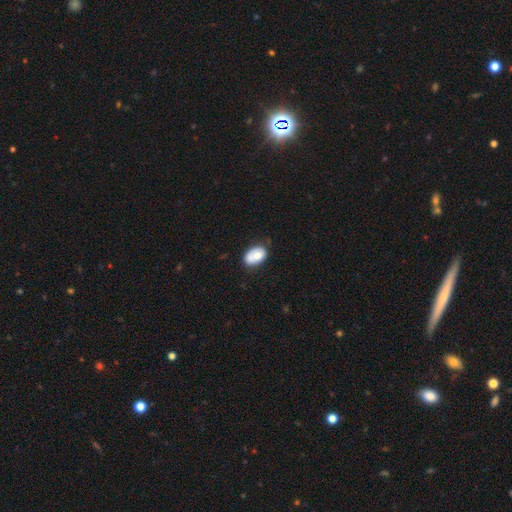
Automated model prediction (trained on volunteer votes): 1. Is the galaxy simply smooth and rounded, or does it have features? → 71% smooth, 22% featured or disk, 7% star or artifact.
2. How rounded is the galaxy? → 87% in between, 11% round, 1% cigar-shaped.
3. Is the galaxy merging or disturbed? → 53% none, 25% minor disturbance, 16% merger, 6% major disturbance.